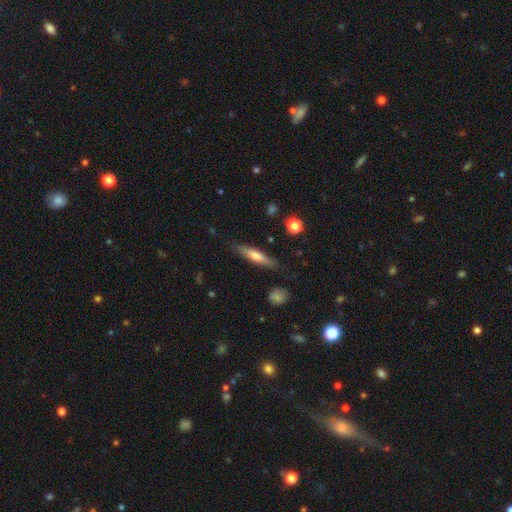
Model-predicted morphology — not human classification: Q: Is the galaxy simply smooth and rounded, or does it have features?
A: smooth — 60%.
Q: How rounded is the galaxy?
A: cigar-shaped — 81%.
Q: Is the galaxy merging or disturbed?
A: none — 83%.